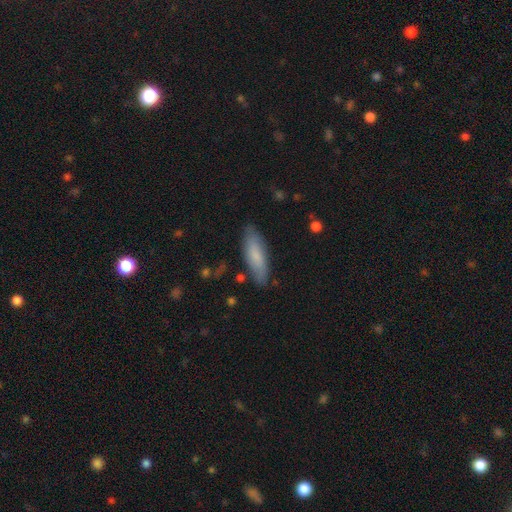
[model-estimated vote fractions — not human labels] Smooth or featured? smooth (74%)
How rounded? in between (52%)
Merging? none (81%)